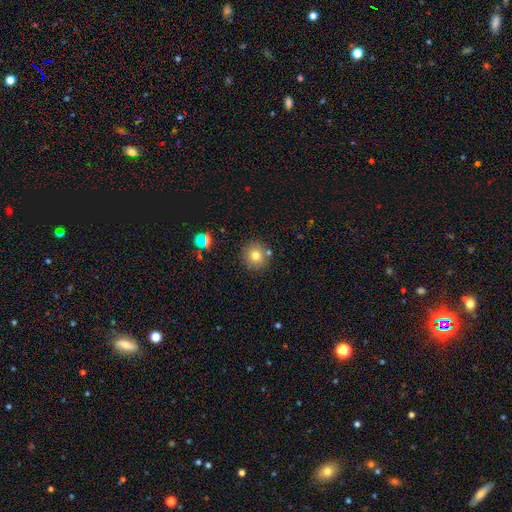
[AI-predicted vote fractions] Smooth or featured? Predicted: smooth (p=0.77). How rounded? Predicted: round (p=0.94). Merging? Predicted: none (p=0.81).